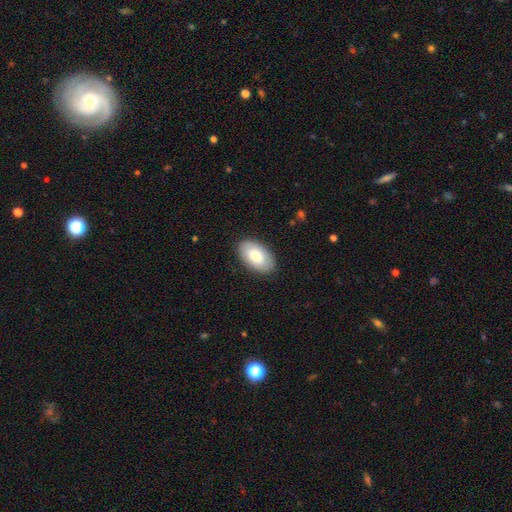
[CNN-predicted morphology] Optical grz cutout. It shows a smooth galaxy with no disk features (80%) that is in between round and cigar-shaped (95%). Merging: none (88%).